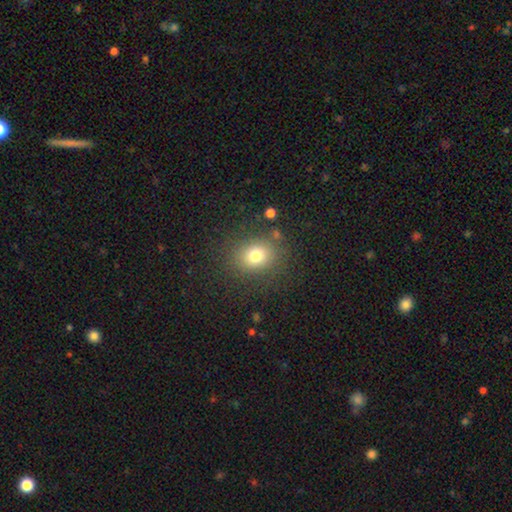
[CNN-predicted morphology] Overall: smooth (75%). How rounded: round (59%; in between 40%). Merging: none (82%).